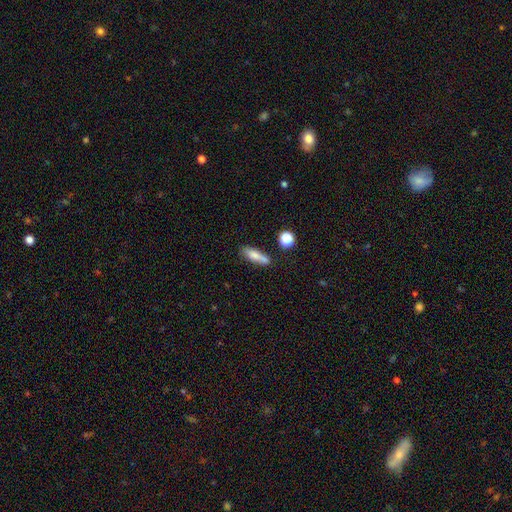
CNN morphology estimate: The model was most divided on "how rounded": cigar-shaped: 58%, in between: 38%, round: 4%. More confident: smooth or featured — smooth (73%); merging — none (56%).